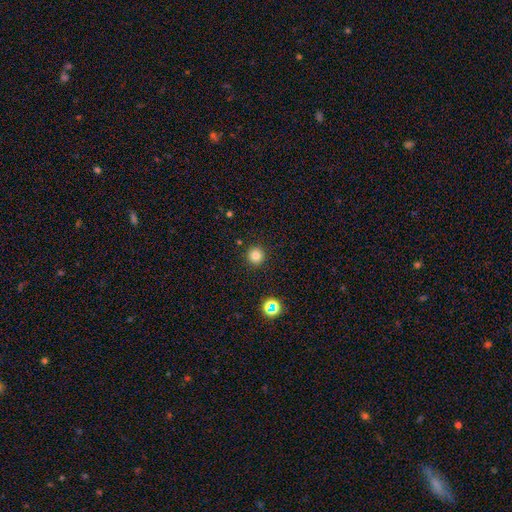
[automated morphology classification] Smooth or featured?
  - smooth: 80% *
  - star or artifact: 15%
  - featured or disk: 5%
How rounded?
  - round: 96% *
  - in between: 3%
  - cigar-shaped: 1%
Merging?
  - none: 91% *
  - minor disturbance: 5%
  - major disturbance: 2%
  - merger: 1%